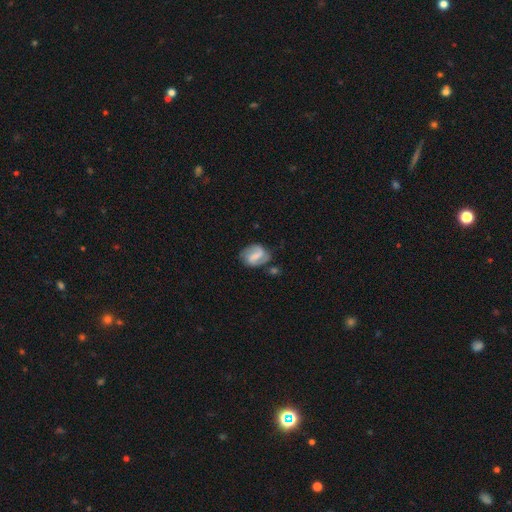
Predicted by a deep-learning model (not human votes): Overall: featured or disk (65%; smooth 28%). Edge-on disk: no (97%). Bar: strong (44%; weak 40%). Spiral arms: yes (87%). Spiral arm count: 2 (83%). Spiral winding: medium (44%; loose 28%). Bulge size: none (41%; small 29%). Merging: none (62%).